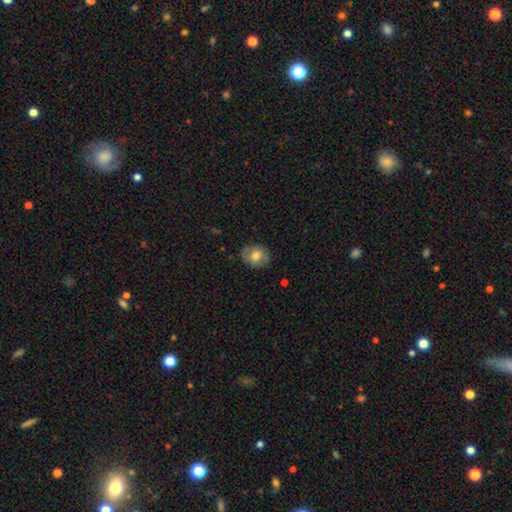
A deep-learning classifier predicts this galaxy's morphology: This appears to be a smooth galaxy with no disk features (63%) that is round (53%). Merging: none (81%).